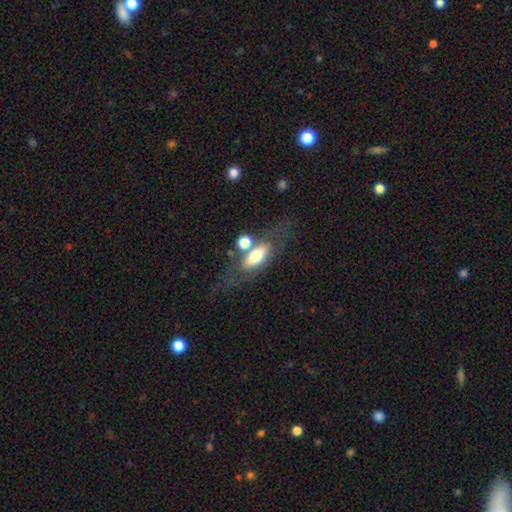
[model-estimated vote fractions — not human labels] This is likely a smooth galaxy (62%). How rounded: likely in between (75%). Merging: possibly none (50%).